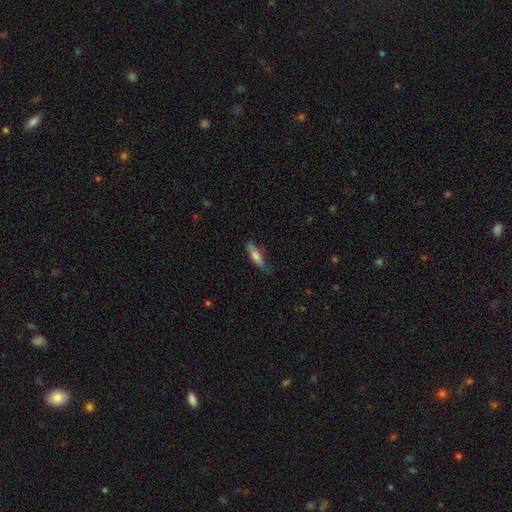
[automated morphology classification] smooth-or-featured: smooth: 68% | featured or disk: 25% | star or artifact: 7%
  how-rounded: cigar-shaped: 63% | in between: 35% | round: 2%
  merging: none: 67% | minor disturbance: 26% | major disturbance: 6% | merger: 2%